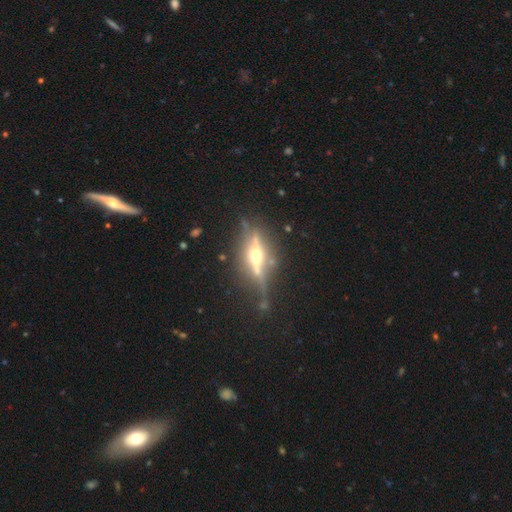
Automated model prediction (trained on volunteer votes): Q: Smooth or featured?
A: featured or disk (79%); runner-up: smooth (13%)
Q: Edge-on disk?
A: yes (87%); runner-up: no (13%)
Q: Edge-on bulge?
A: rounded (95%); runner-up: boxy (3%)
Q: Merging?
A: none (68%); runner-up: minor disturbance (17%)